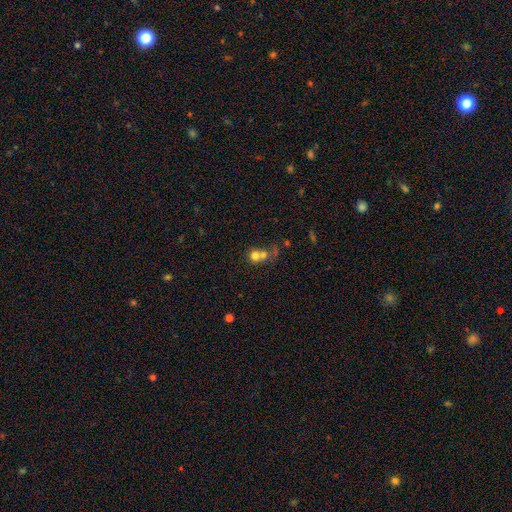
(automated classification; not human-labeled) The model was most divided on "merging": merger: 59%, none: 29%, minor disturbance: 6%, major disturbance: 5%. More confident: how rounded — round (81%); smooth or featured — smooth (70%).